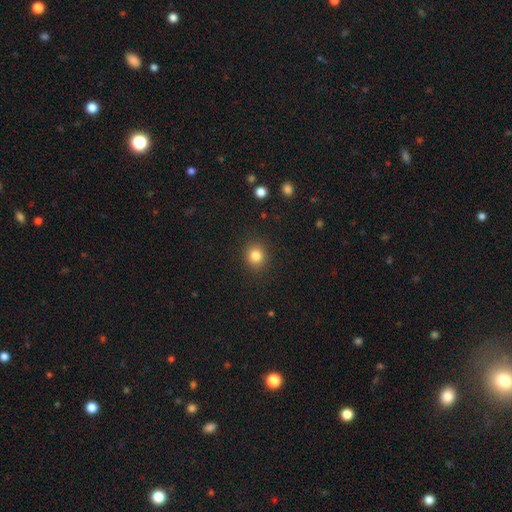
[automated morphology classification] Q: Smooth or featured?
A: smooth (82%); runner-up: star or artifact (12%)
Q: How rounded?
A: round (84%); runner-up: in between (15%)
Q: Merging?
A: none (90%); runner-up: minor disturbance (6%)